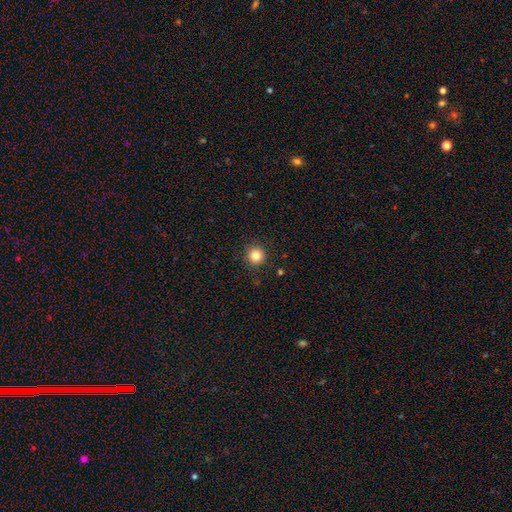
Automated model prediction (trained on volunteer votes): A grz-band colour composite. It shows a smooth galaxy with no disk features (83%) that is round (94%). Merging: none (90%).